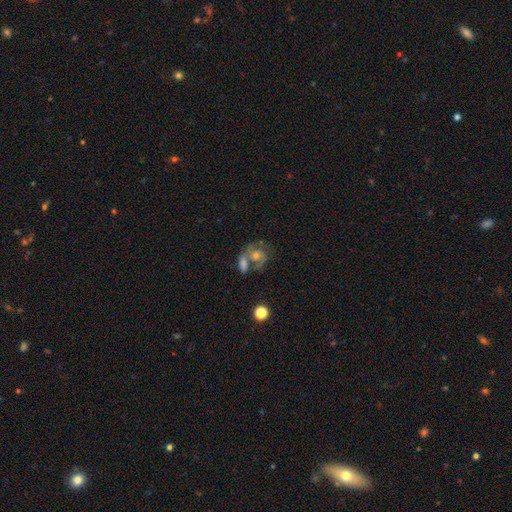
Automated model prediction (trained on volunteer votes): Smooth or featured?
  - featured or disk: 64% *
  - smooth: 23%
  - star or artifact: 13%
Edge-on disk?
  - no: 97% *
  - yes: 3%
Bar?
  - no: 71% *
  - weak: 23%
  - strong: 5%
Spiral arms?
  - yes: 78% *
  - no: 22%
Bulge size?
  - moderate: 59% *
  - small: 27%
  - large: 8%
  - none: 5%
  - dominant: 2%
Merging?
  - merger: 42% *
  - none: 37%
  - minor disturbance: 12%
  - major disturbance: 9%